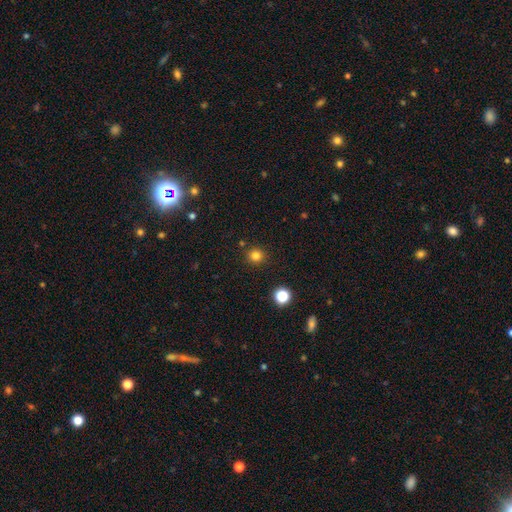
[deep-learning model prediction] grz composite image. It shows a smooth galaxy with no disk features (81%) that is round (93%). Merging: none (89%).